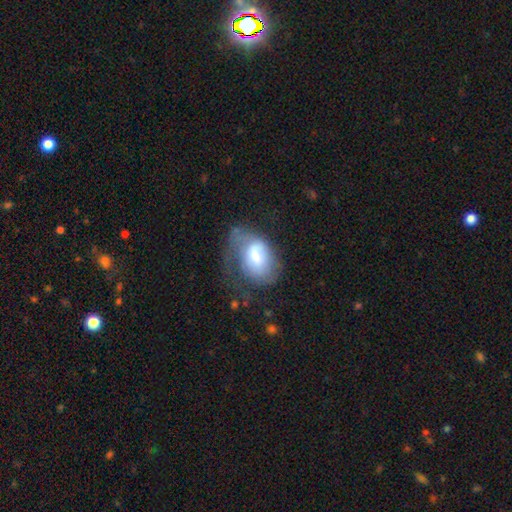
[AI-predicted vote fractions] A smooth galaxy with no disk features (55%) that is in between round and cigar-shaped (81%). Merging: major disturbance (40%).